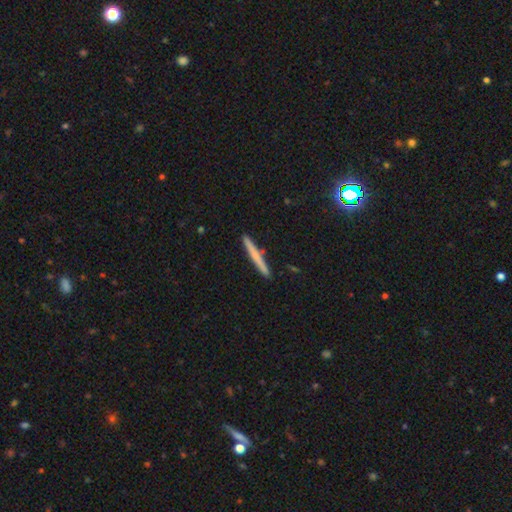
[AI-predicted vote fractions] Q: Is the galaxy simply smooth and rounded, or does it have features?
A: smooth — 59%.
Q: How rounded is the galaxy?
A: cigar-shaped — 96%.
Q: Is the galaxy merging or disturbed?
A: none — 90%.